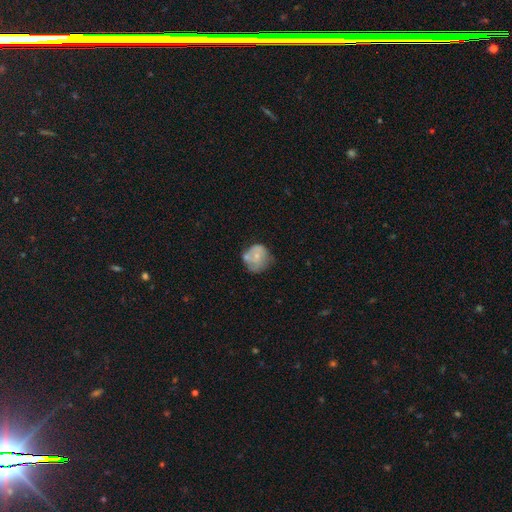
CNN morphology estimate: A smooth galaxy with no disk features (54%) that is round (79%). Merging: none (46%).